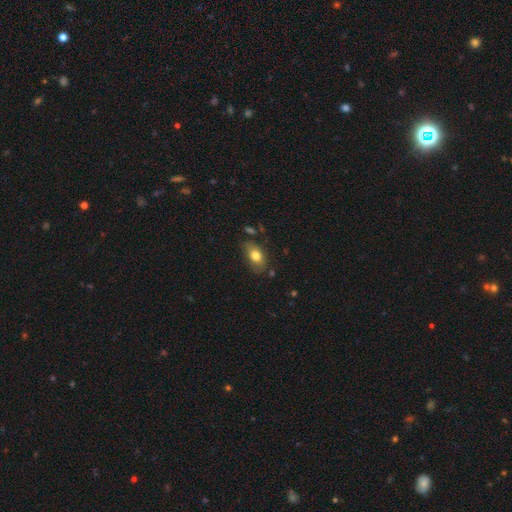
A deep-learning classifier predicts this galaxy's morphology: This is likely a smooth galaxy (78%). How rounded: clearly in between (88%). Merging: likely none (71%).